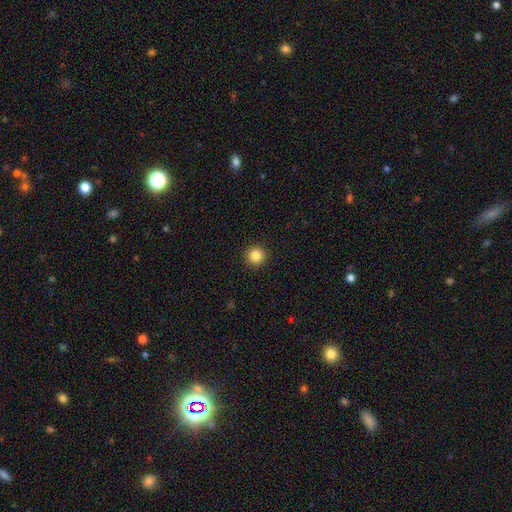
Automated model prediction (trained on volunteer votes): smooth 84%, star or artifact 11%, featured or disk 5%. Down the decision tree: how rounded — round (96%); merging — none (93%).